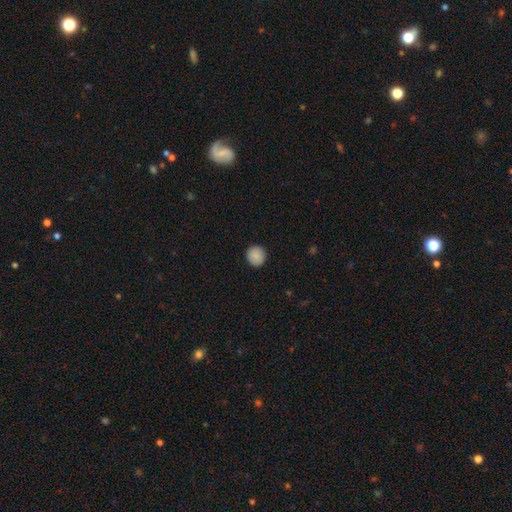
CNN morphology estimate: Smooth or featured: smooth — 88% (star or artifact — 8%)
How rounded: round — 91% (in between — 8%)
Merging: none — 91% (minor disturbance — 7%)